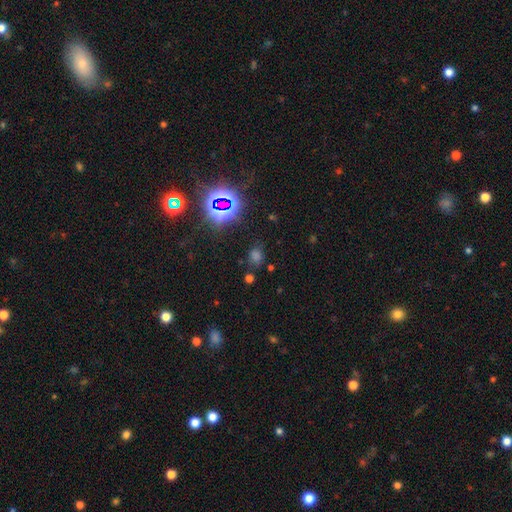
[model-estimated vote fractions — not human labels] Overall: star or artifact (57%; smooth 35%).